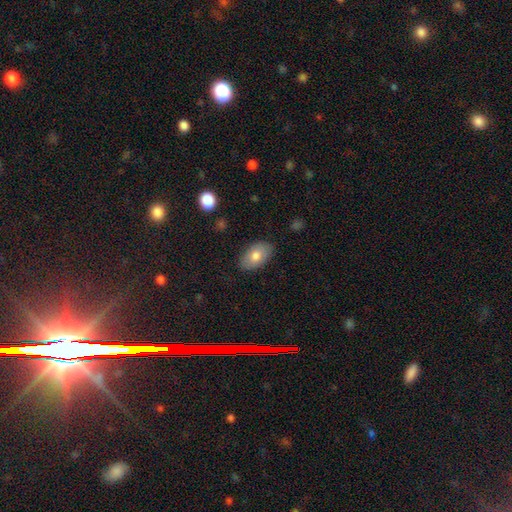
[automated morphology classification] type=smooth (75%); roundness=in between (92%); merging=none (84%).